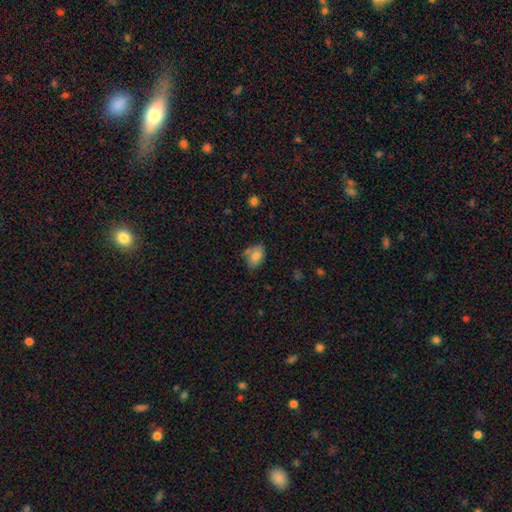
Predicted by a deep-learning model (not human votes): This appears to be a smooth galaxy with no disk features (75%) that is in between round and cigar-shaped (82%). Merging: none (51%).